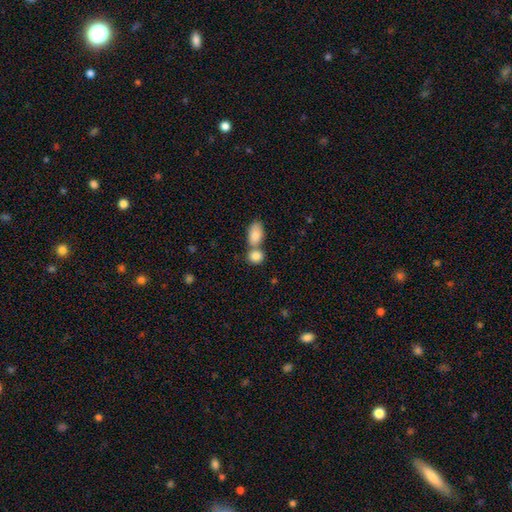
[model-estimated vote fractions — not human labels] This appears to be a smooth galaxy with no disk features (85%) that is in between round and cigar-shaped (52%). Merging: merger (53%).